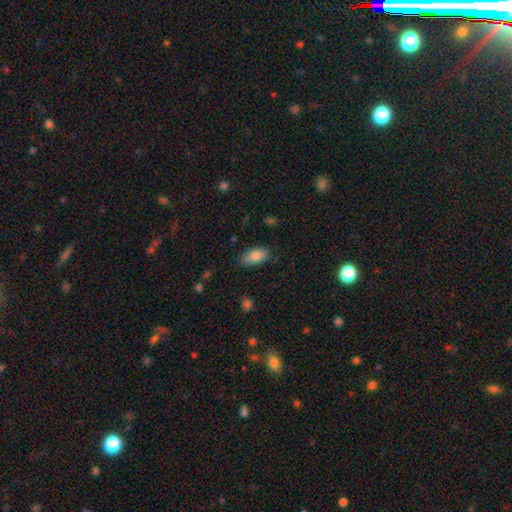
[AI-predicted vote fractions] A smooth galaxy with no disk features (85%) that is in between round and cigar-shaped (90%). Merging: none (78%).